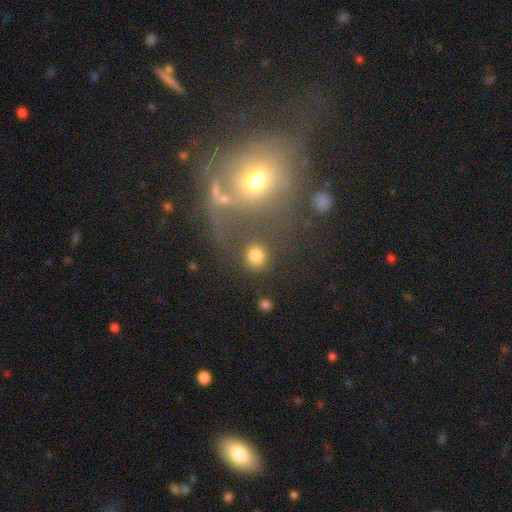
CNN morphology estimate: The model was most divided on "smooth or featured": smooth: 80%, star or artifact: 13%, featured or disk: 6%. More confident: how rounded — round (90%); merging — none (78%).